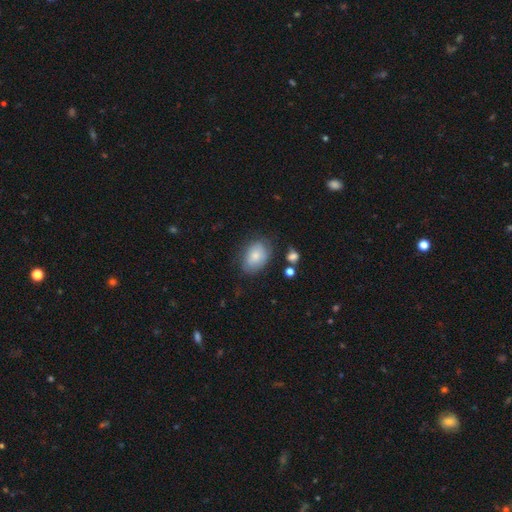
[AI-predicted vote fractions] This is likely a smooth galaxy (73%). How rounded: clearly in between (82%). Merging: likely none (66%).